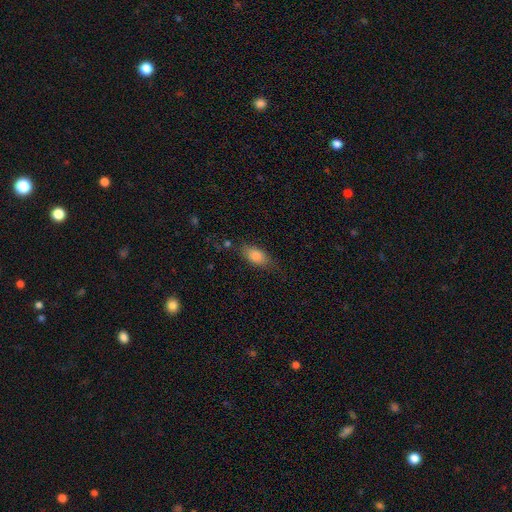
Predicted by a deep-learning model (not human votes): The model was most divided on "merging": none: 68%, minor disturbance: 22%, major disturbance: 7%, merger: 3%. More confident: how rounded — in between (82%); smooth or featured — smooth (80%).